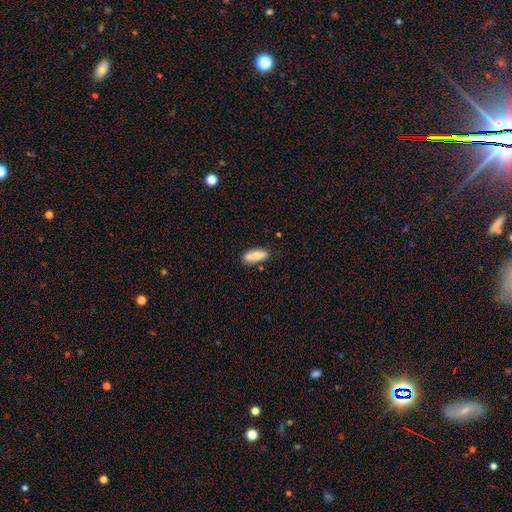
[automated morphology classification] This is likely a smooth galaxy (76%). How rounded: likely in between (66%). Merging: likely none (63%).